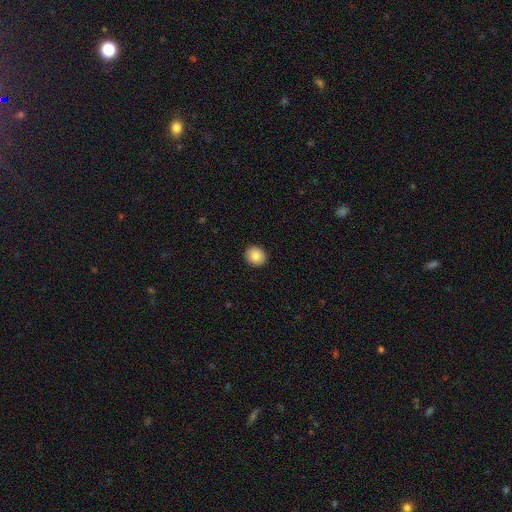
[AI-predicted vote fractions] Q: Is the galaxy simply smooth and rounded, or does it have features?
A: smooth — 85%.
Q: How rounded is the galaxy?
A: round — 83%.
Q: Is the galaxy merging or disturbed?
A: none — 93%.